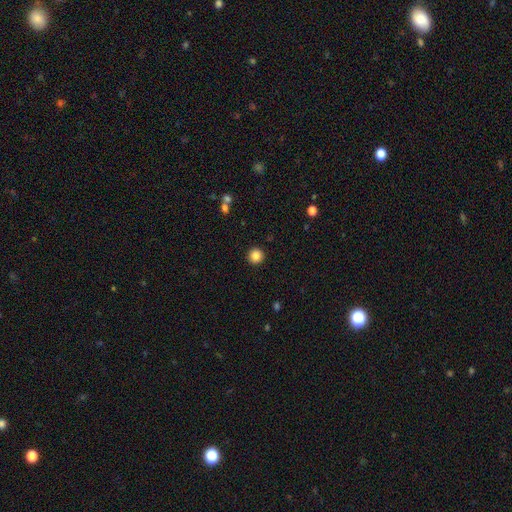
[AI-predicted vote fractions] Smooth or featured? Predicted: smooth (p=0.85). How rounded? Predicted: round (p=0.95). Merging? Predicted: none (p=0.93).